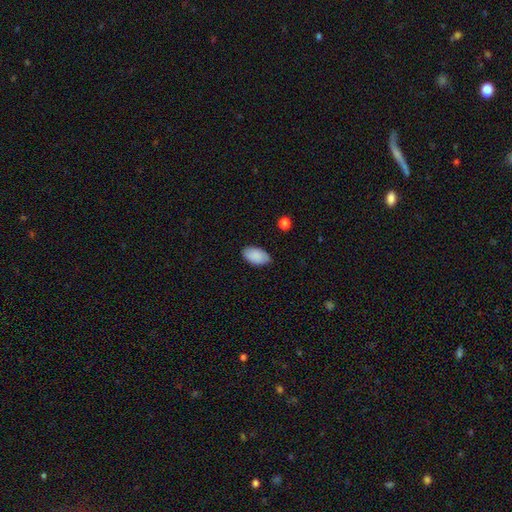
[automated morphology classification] A smooth galaxy with no disk features (90%) that is in between round and cigar-shaped (95%).

Vote fractions:
- Smooth or featured? smooth: 90% / star or artifact: 6% / featured or disk: 4%
- How rounded? in between: 95% / round: 3% / cigar-shaped: 1%
- Merging? none: 83% / minor disturbance: 13% / major disturbance: 2% / merger: 1%